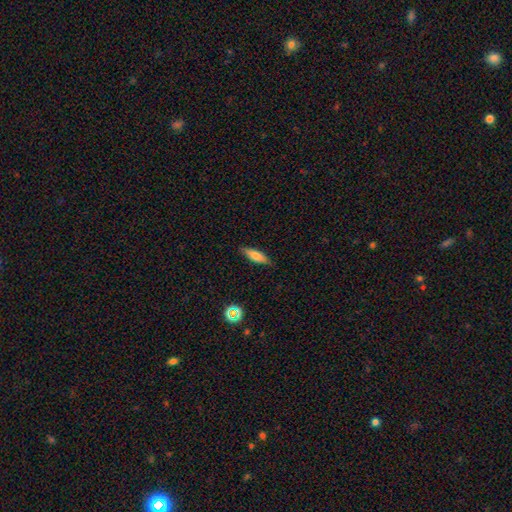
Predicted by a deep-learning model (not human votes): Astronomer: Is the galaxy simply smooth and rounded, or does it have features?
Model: smooth — 68%.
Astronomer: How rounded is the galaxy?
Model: cigar-shaped — 54% (runner-up: in between, 44%).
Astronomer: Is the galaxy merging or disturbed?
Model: none — 84%.